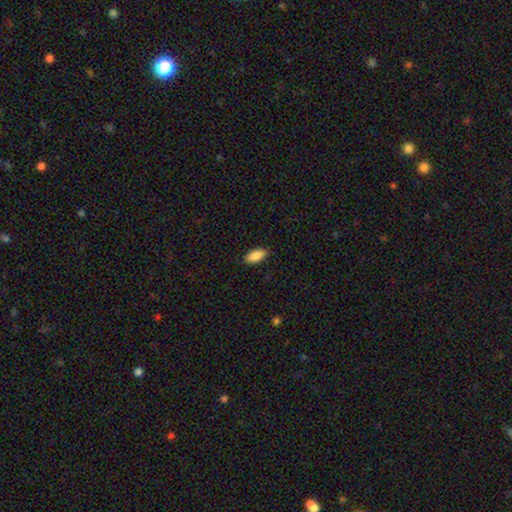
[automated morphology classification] Smooth or featured? Predicted: smooth (p=0.89). How rounded? Predicted: in between (p=0.89). Merging? Predicted: none (p=0.88).